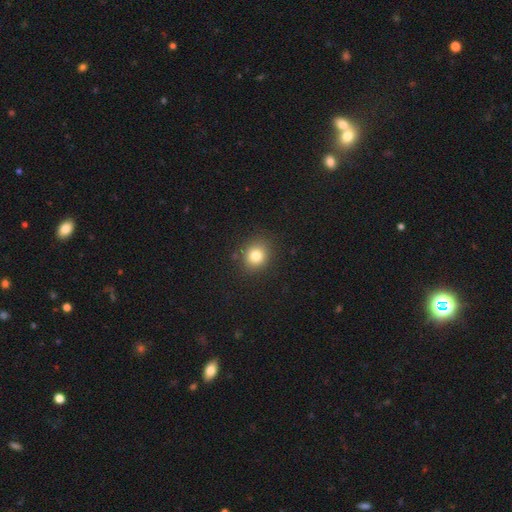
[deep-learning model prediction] Overall: smooth (81%). How rounded: round (72%). Merging: none (86%).